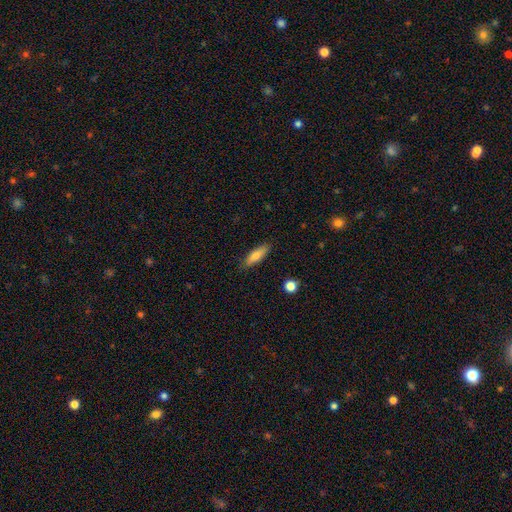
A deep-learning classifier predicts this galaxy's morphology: This is likely a smooth galaxy (71%). How rounded: possibly cigar-shaped (55%). Merging: clearly none (86%).